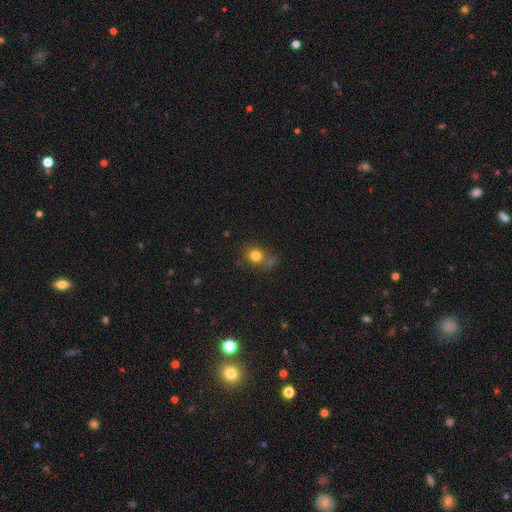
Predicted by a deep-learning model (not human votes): Q: Smooth or featured?
A: smooth (80%); runner-up: star or artifact (13%)
Q: How rounded?
A: round (78%); runner-up: in between (21%)
Q: Merging?
A: none (63%); runner-up: minor disturbance (18%)